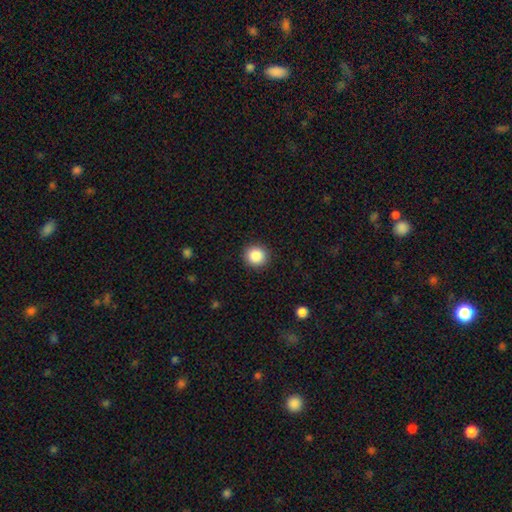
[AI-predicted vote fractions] This is clearly a smooth galaxy (88%). How rounded: clearly round (91%). Merging: clearly none (91%).